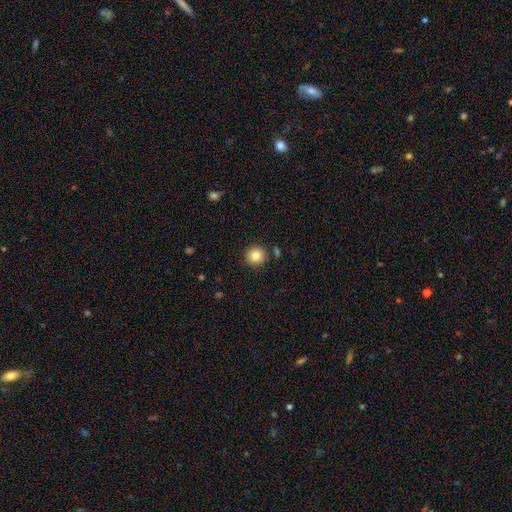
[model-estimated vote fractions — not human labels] Smooth or featured: smooth — 83% (star or artifact — 10%)
How rounded: round — 95% (in between — 4%)
Merging: none — 89% (minor disturbance — 6%)